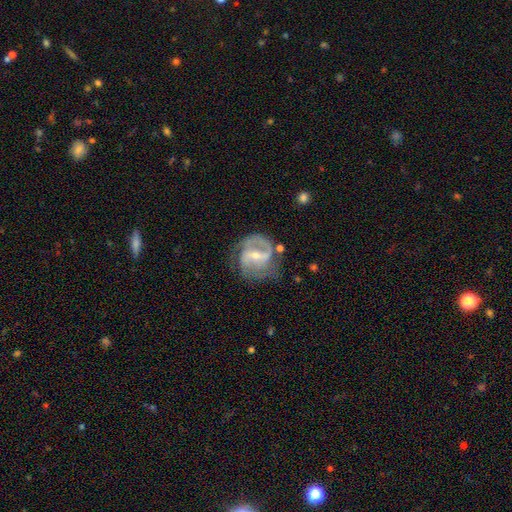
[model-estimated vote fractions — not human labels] A featured or disk galaxy (86%) with a weak bar (44%), 2 (72%) medium (50%) spiral arms (94%) and a small central bulge (58%). Merging: none (62%).